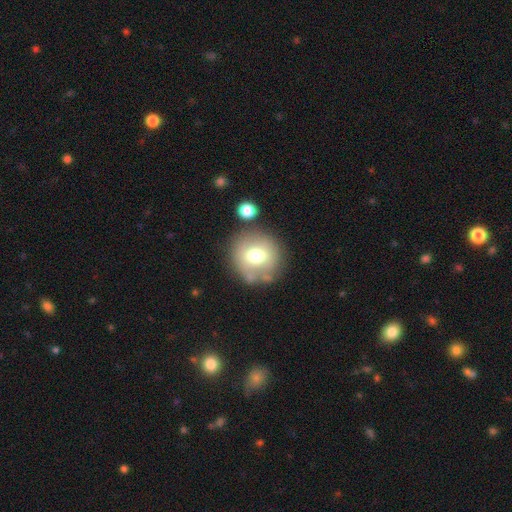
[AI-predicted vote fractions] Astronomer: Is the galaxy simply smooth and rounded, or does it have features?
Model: smooth — 67%.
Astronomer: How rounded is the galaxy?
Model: round — 91%.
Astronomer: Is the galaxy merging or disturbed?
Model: none — 71%.